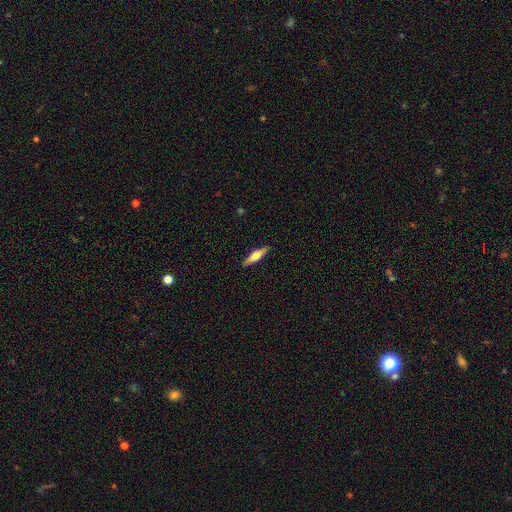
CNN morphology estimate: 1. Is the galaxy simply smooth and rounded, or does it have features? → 57% featured or disk, 37% smooth, 6% star or artifact.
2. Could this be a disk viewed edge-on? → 96% yes, 4% no.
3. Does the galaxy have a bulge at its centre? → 92% rounded, 5% boxy, 3% none.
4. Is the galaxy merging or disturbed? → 91% none, 7% minor disturbance, 2% major disturbance, 1% merger.